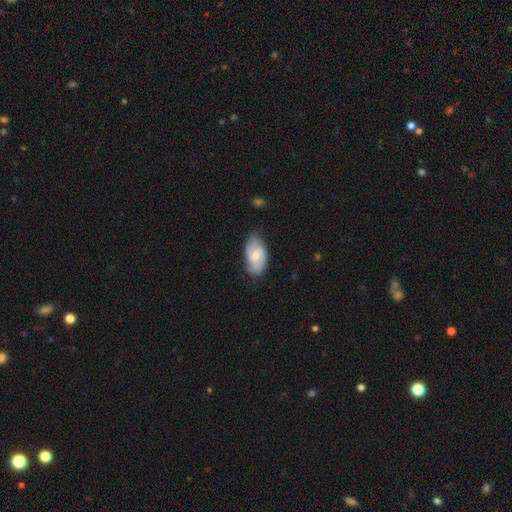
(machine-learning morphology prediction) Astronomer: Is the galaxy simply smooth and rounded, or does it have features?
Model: smooth — 48% (runner-up: featured or disk, 46%).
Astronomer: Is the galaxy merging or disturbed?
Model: none — 62%.